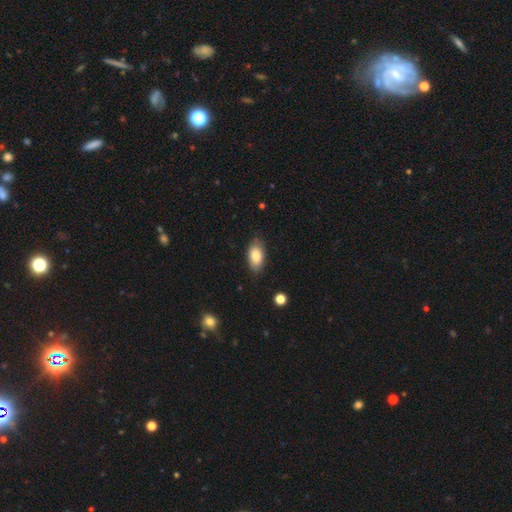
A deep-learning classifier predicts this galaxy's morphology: smooth-or-featured: smooth: 83% | featured or disk: 10% | star or artifact: 7%
  how-rounded: in between: 92% | cigar-shaped: 4% | round: 4%
  merging: none: 80% | minor disturbance: 16% | major disturbance: 3% | merger: 1%